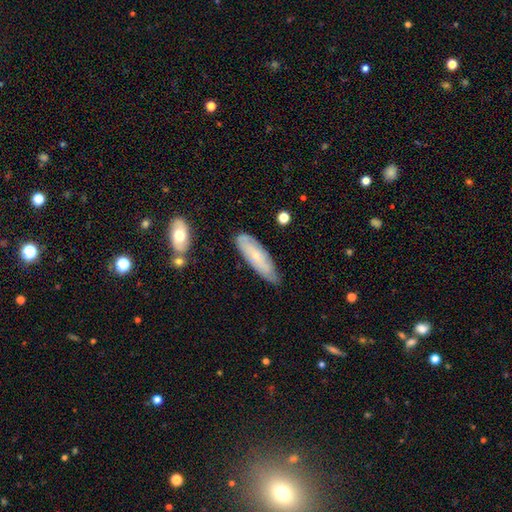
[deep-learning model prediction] The model was most divided on "smooth or featured": smooth: 50%, featured or disk: 43%, star or artifact: 7%. More confident: merging — none (69%).